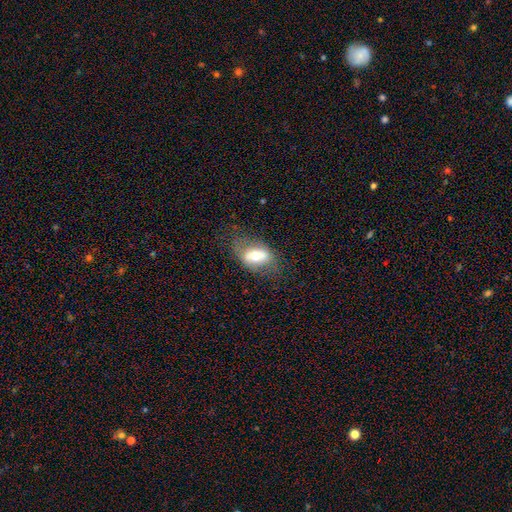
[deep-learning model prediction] This appears to be a smooth galaxy with no disk features (51%) that is in between round and cigar-shaped (83%). Merging: none (62%).